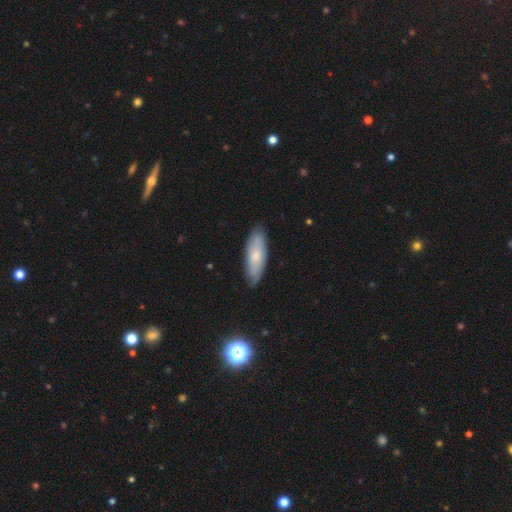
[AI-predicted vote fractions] This is likely a smooth galaxy (65%). How rounded: likely in between (62%). Merging: clearly none (82%).